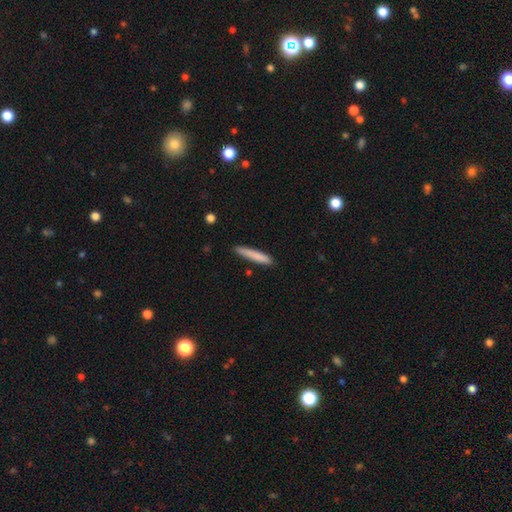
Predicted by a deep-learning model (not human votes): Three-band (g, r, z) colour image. It shows a smooth galaxy with no disk features (82%) that is cigar-shaped (93%). Merging: none (87%).